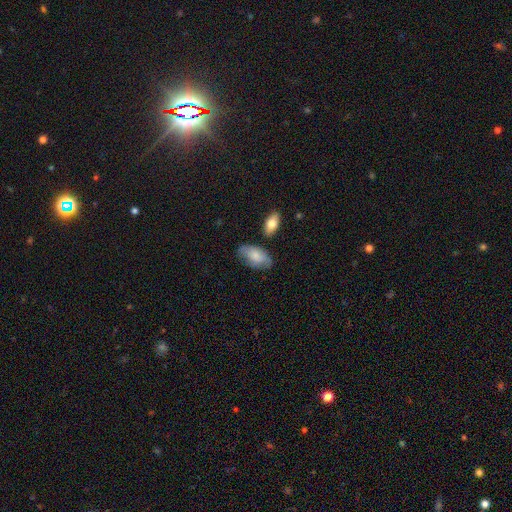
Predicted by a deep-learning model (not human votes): Smooth or featured?
  - smooth: 74% *
  - featured or disk: 20%
  - star or artifact: 6%
How rounded?
  - in between: 94% *
  - round: 4%
  - cigar-shaped: 2%
Merging?
  - none: 55% *
  - minor disturbance: 31%
  - major disturbance: 9%
  - merger: 5%